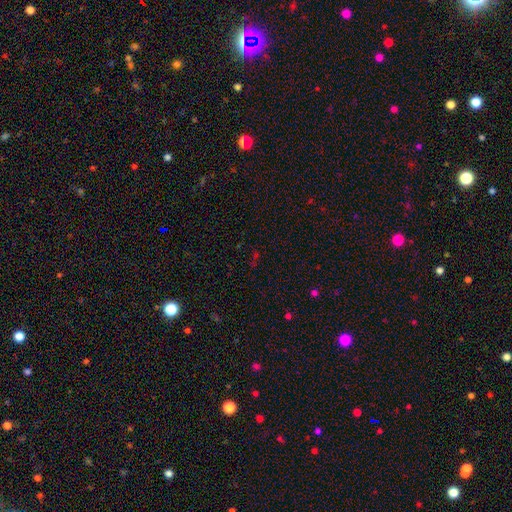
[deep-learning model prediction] Smooth or featured: star or artifact — 63% (smooth — 27%)